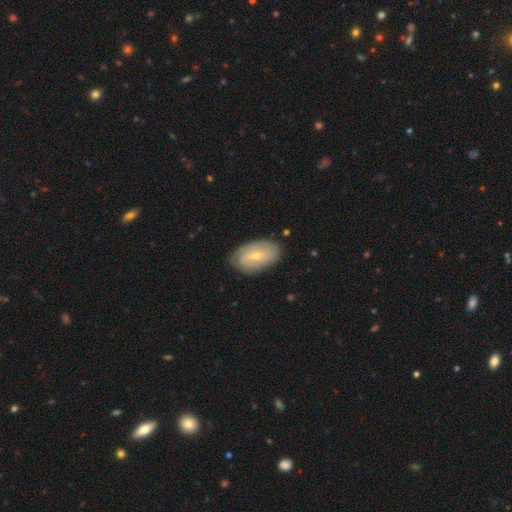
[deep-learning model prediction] This appears to be a featured or disk galaxy (54%) with a weak bar (48%), spiral arms (68%) and a small central bulge (67%). Merging: none (78%).